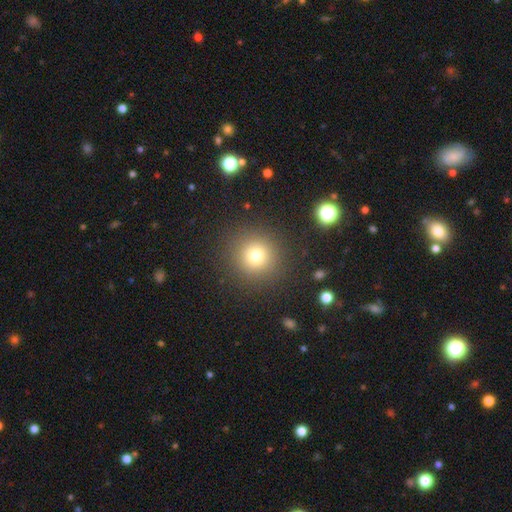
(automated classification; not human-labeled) Smooth or featured: smooth — 76% (star or artifact — 16%)
How rounded: round — 94% (in between — 5%)
Merging: none — 89% (minor disturbance — 6%)